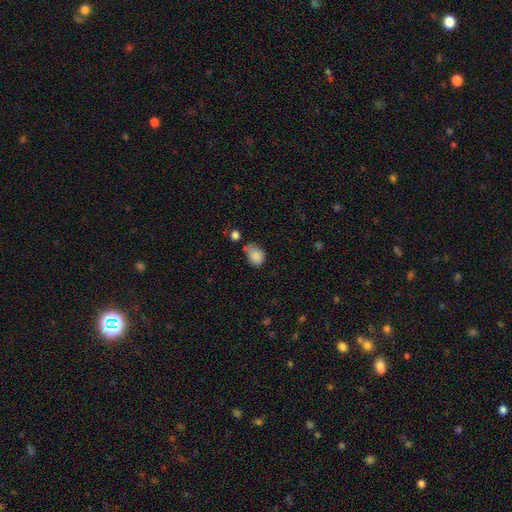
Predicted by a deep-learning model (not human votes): A smooth galaxy with no disk features (84%) that is in between round and cigar-shaped (67%).

Vote fractions:
- Smooth or featured? smooth: 84% / star or artifact: 9% / featured or disk: 7%
- How rounded? in between: 67% / round: 32% / cigar-shaped: 1%
- Merging? none: 40% / minor disturbance: 36% / merger: 12% / major disturbance: 12%